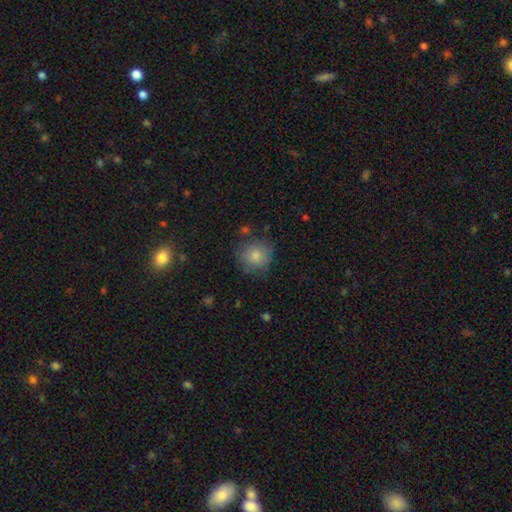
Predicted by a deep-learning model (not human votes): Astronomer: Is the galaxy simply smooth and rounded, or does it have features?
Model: smooth — 82%.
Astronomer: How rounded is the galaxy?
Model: round — 89%.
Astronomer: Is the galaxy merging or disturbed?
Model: none — 77%.